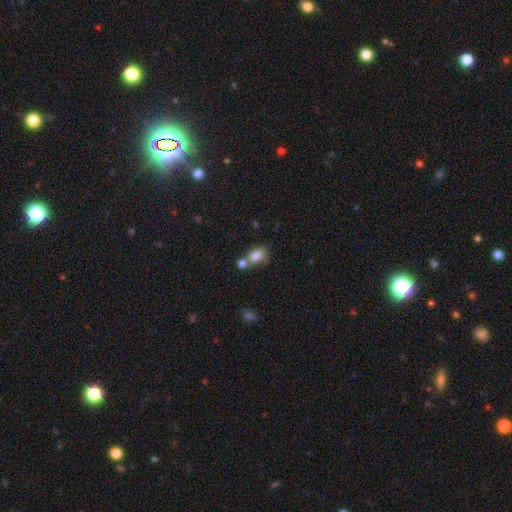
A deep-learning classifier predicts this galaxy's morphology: The model was most divided on "merging": merger: 42%, none: 36%, minor disturbance: 15%, major disturbance: 7%. More confident: smooth or featured — smooth (81%); how rounded — in between (80%).